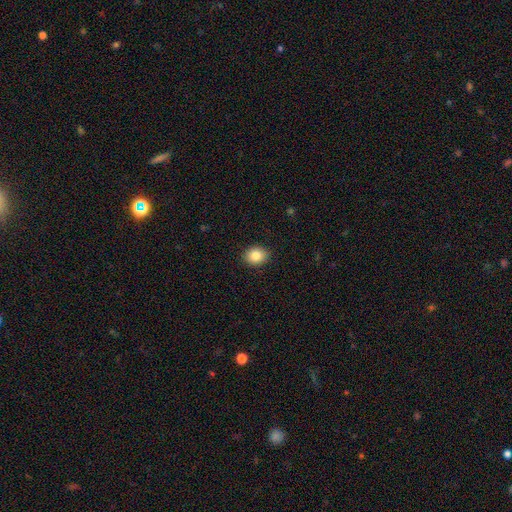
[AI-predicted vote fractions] Morphology: type=smooth (85%); roundness=round (51%); merging=none (90%).